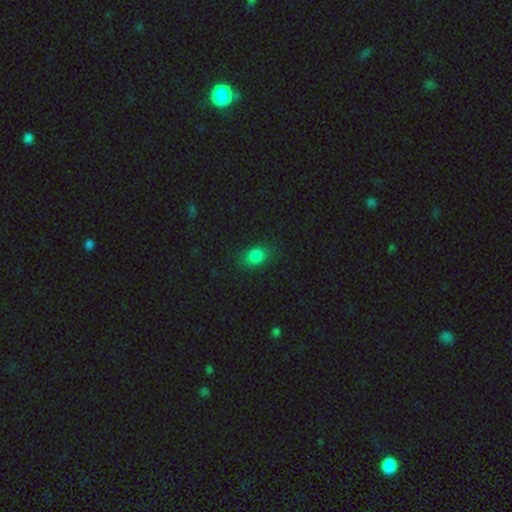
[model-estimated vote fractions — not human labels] Smooth or featured? Predicted: smooth (p=0.82). How rounded? Predicted: in between (p=0.61). Merging? Predicted: none (p=0.82).